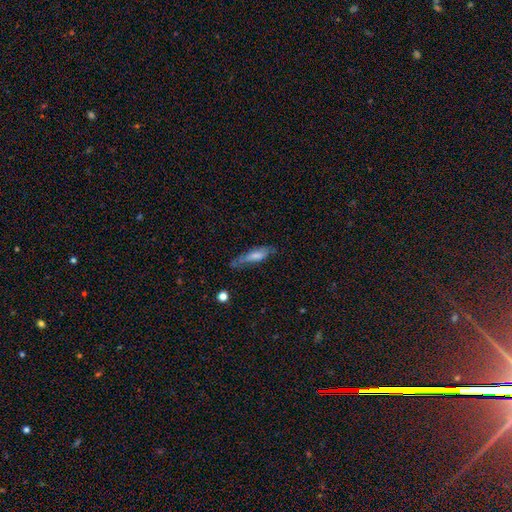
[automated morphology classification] A smooth galaxy with no disk features (61%) that is cigar-shaped (61%). Merging: none (57%).